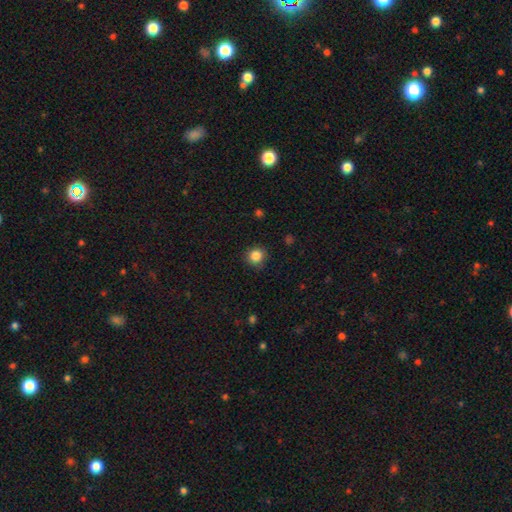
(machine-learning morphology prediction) A smooth galaxy with no disk features (85%) that is round (90%).

Vote fractions:
- Smooth or featured? smooth: 85% / star or artifact: 11% / featured or disk: 4%
- How rounded? round: 90% / in between: 9% / cigar-shaped: 1%
- Merging? none: 86% / minor disturbance: 10% / major disturbance: 3% / merger: 1%